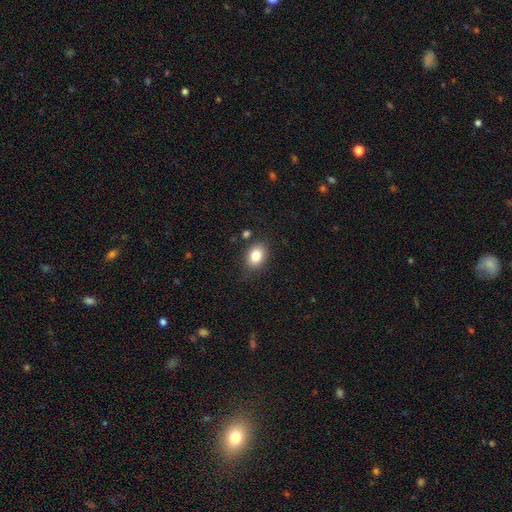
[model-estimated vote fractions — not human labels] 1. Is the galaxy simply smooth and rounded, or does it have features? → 82% smooth, 9% star or artifact, 9% featured or disk.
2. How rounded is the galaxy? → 69% in between, 30% round, 1% cigar-shaped.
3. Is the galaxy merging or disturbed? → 82% none, 12% minor disturbance, 3% major disturbance, 3% merger.